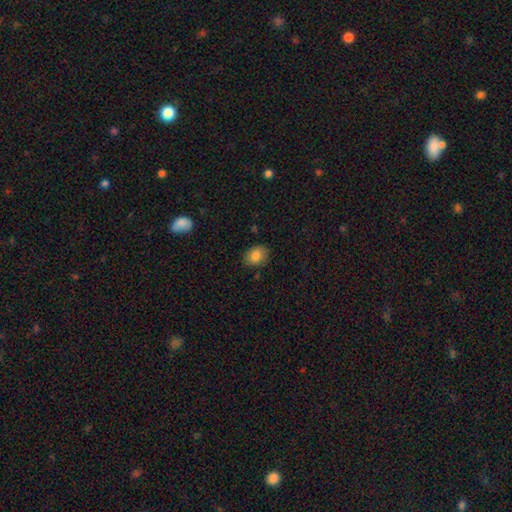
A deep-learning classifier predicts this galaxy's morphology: smooth 85%, star or artifact 9%, featured or disk 7%. Down the decision tree: how rounded — in between (64%); merging — none (82%).